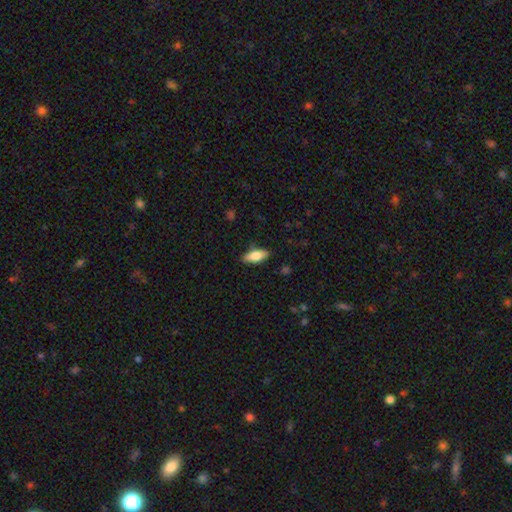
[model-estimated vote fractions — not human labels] Smooth or featured?
  - smooth: 73% *
  - featured or disk: 20%
  - star or artifact: 7%
How rounded?
  - in between: 78% *
  - cigar-shaped: 19%
  - round: 3%
Merging?
  - none: 85% *
  - minor disturbance: 11%
  - major disturbance: 2%
  - merger: 1%